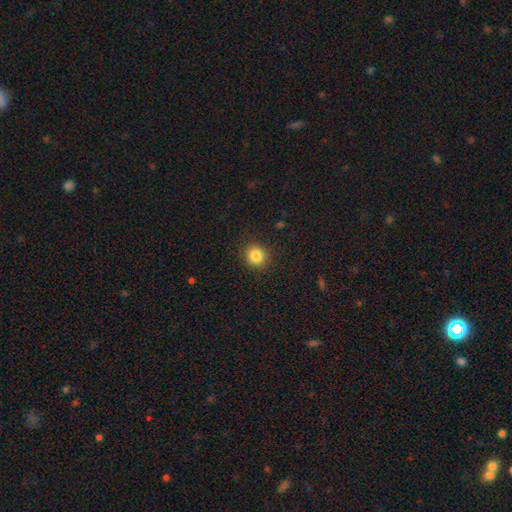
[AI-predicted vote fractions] This appears to be a smooth galaxy with no disk features (84%) that is round (87%). Merging: none (90%).